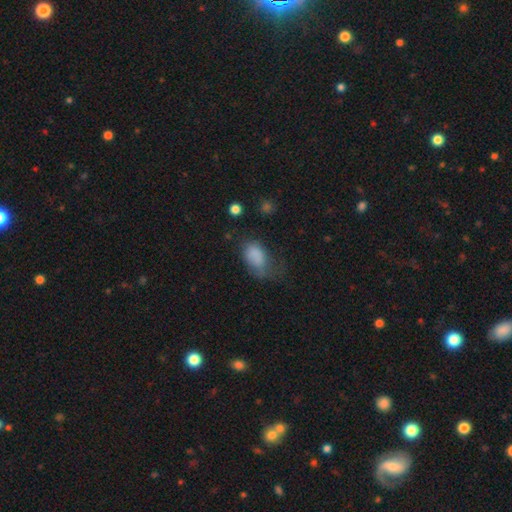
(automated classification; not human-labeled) A smooth galaxy with no disk features (78%) that is in between round and cigar-shaped (88%).

Vote fractions:
- Smooth or featured? smooth: 78% / featured or disk: 11% / star or artifact: 10%
- How rounded? in between: 88% / round: 11% / cigar-shaped: 2%
- Merging? major disturbance: 33% / none: 32% / minor disturbance: 32% / merger: 3%